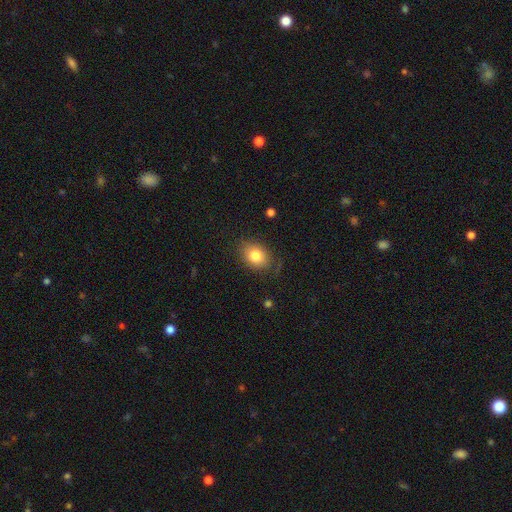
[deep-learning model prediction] Overall: smooth (82%). How rounded: in between (67%; round 32%). Merging: none (79%).